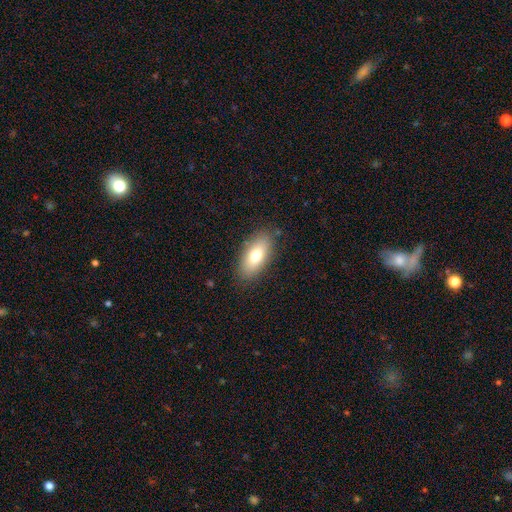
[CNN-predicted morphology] type=smooth (75%); roundness=in between (87%); merging=none (85%).